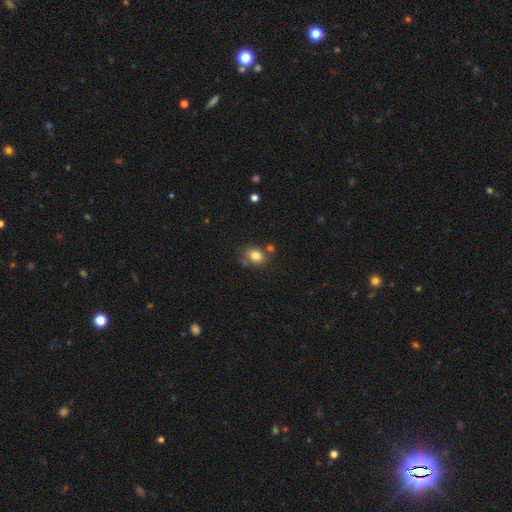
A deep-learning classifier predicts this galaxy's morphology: Overall: smooth (82%). How rounded: in between (59%; round 40%). Merging: none (67%).